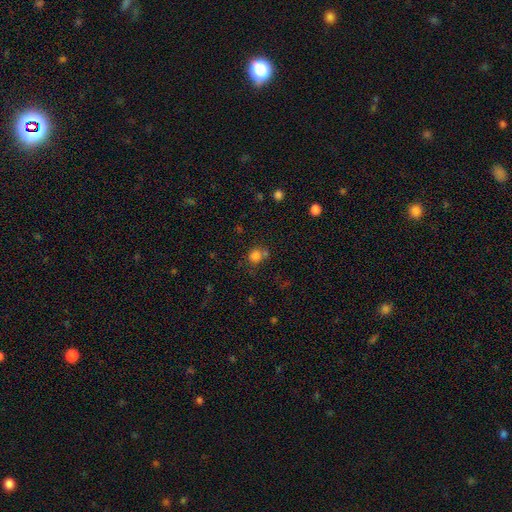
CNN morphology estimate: smooth-or-featured: smooth: 79% | star or artifact: 15% | featured or disk: 6%
  how-rounded: round: 79% | in between: 20% | cigar-shaped: 1%
  merging: none: 57% | merger: 24% | minor disturbance: 14% | major disturbance: 6%